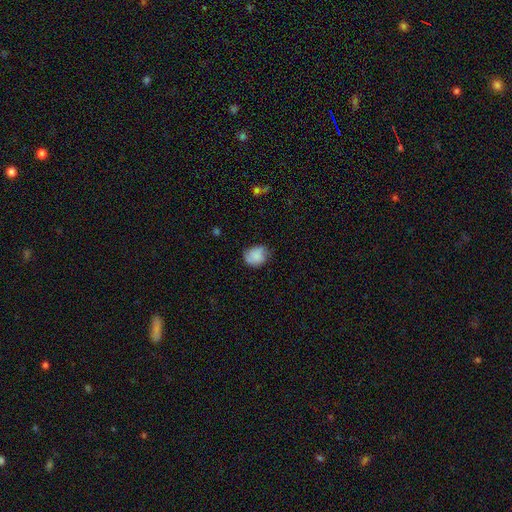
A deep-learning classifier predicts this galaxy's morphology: type=smooth (82%); roundness=round (61%); merging=none (61%).